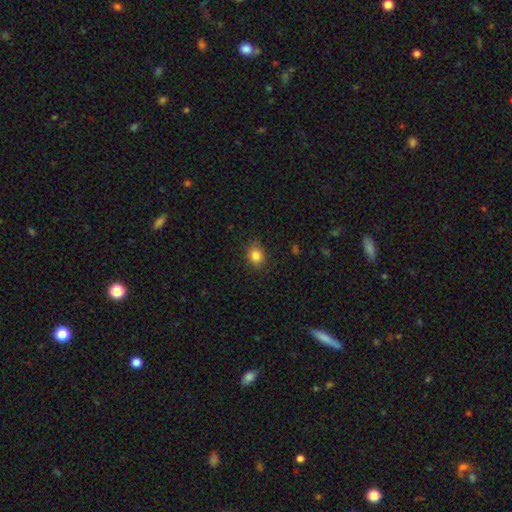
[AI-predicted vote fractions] Overall: smooth (84%). How rounded: round (62%; in between 37%). Merging: none (83%).